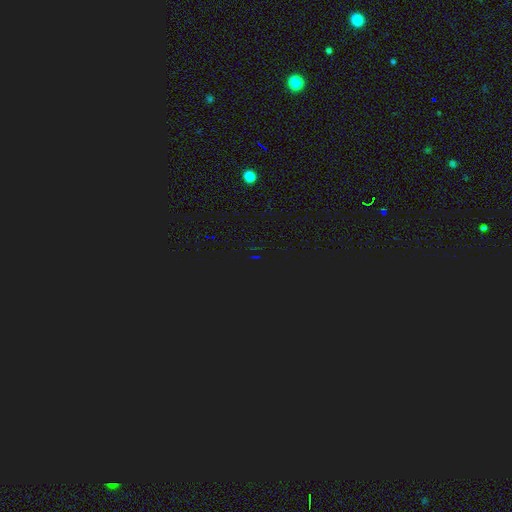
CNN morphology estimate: Q: Smooth or featured?
A: star or artifact (80%); runner-up: smooth (13%)